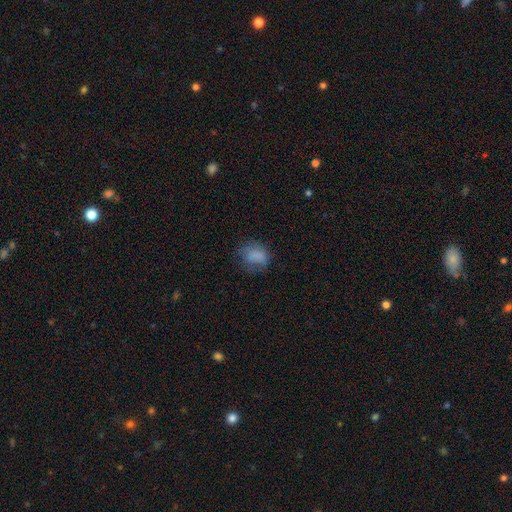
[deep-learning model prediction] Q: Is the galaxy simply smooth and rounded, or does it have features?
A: smooth — 79%.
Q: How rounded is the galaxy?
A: in between — 53%.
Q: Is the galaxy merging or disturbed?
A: none — 59%.